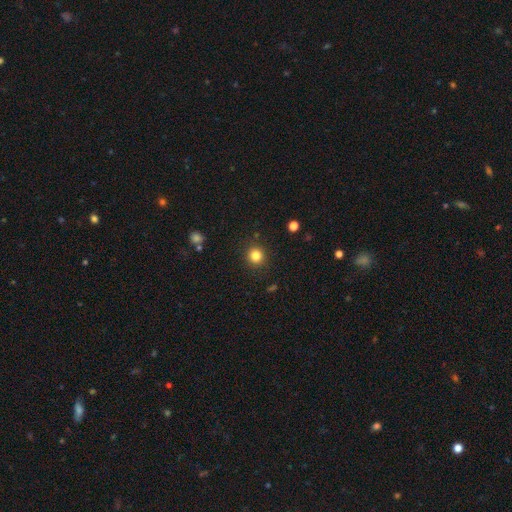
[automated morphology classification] smooth-or-featured: smooth: 83% | star or artifact: 12% | featured or disk: 5%
  how-rounded: round: 92% | in between: 7% | cigar-shaped: 1%
  merging: none: 90% | minor disturbance: 6% | major disturbance: 2% | merger: 1%